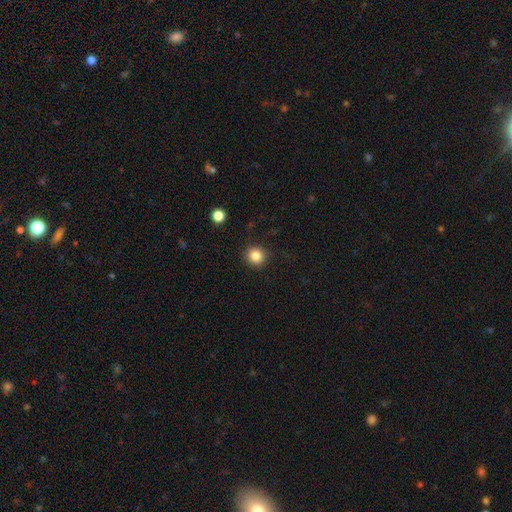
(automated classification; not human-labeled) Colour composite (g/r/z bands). It shows a smooth galaxy with no disk features (85%) that is round (92%). Merging: none (91%).